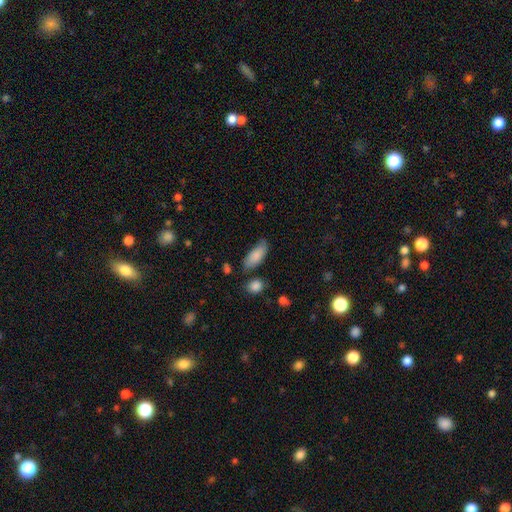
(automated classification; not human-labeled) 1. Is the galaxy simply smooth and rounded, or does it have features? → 85% smooth, 9% featured or disk, 6% star or artifact.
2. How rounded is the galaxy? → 84% in between, 14% cigar-shaped, 2% round.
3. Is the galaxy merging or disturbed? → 66% none, 25% minor disturbance, 6% major disturbance, 4% merger.